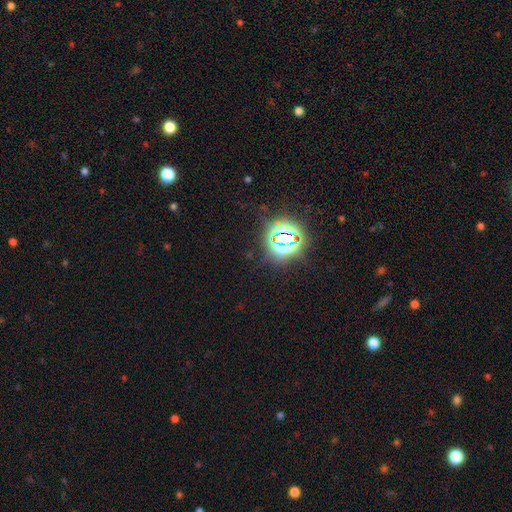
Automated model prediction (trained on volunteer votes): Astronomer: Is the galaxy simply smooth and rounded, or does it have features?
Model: star or artifact — 82%.